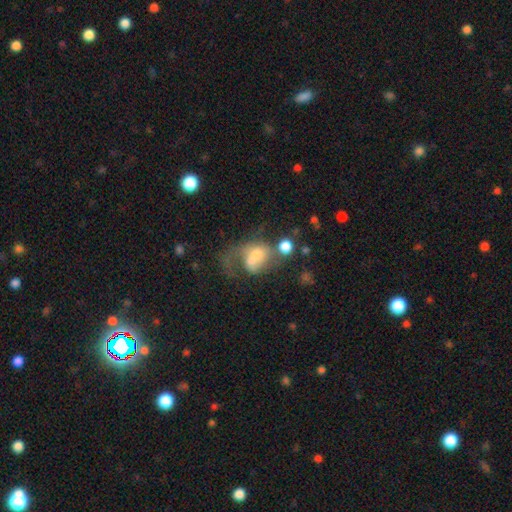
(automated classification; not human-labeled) Smooth or featured? featured or disk (45%)
Merging? merger (46%)